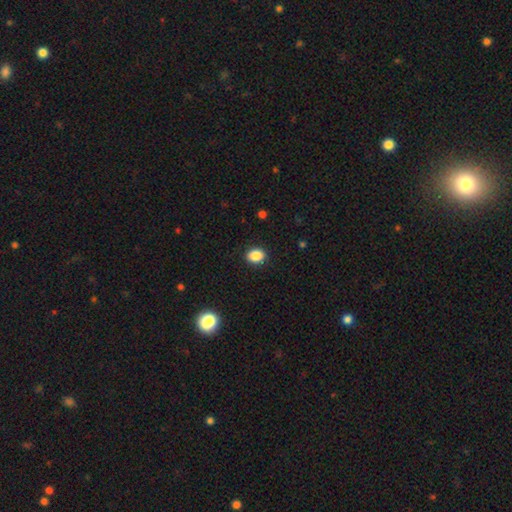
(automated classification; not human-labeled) Smooth or featured?
  - smooth: 87% *
  - star or artifact: 9%
  - featured or disk: 3%
How rounded?
  - in between: 60% *
  - round: 39%
  - cigar-shaped: 1%
Merging?
  - none: 90% *
  - minor disturbance: 7%
  - major disturbance: 2%
  - merger: 1%